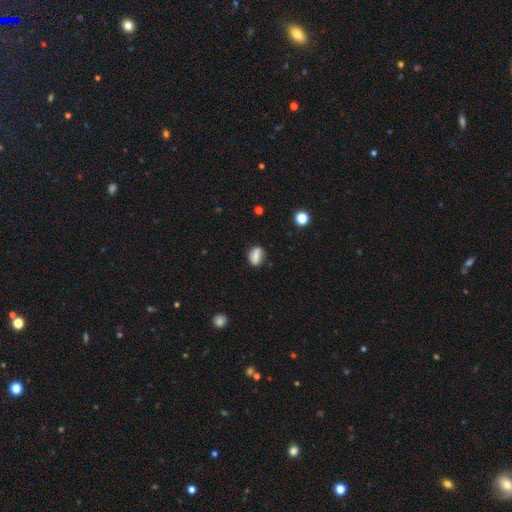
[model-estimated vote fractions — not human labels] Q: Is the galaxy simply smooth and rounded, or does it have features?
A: smooth — 72%.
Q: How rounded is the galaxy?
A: in between — 69%.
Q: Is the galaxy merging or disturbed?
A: none — 71%.